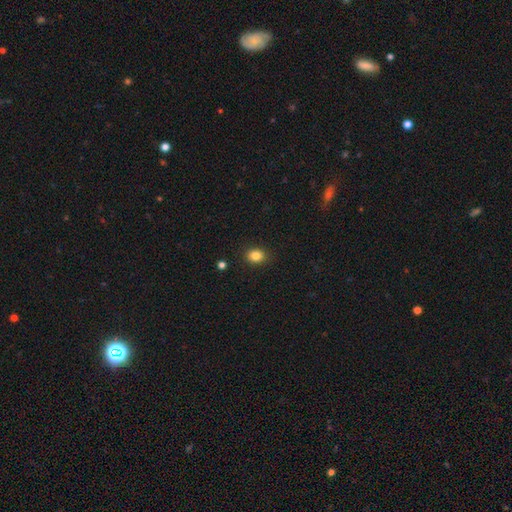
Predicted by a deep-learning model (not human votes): smooth-or-featured: smooth: 84% | star or artifact: 11% | featured or disk: 5%
  how-rounded: in between: 50% | round: 49% | cigar-shaped: 1%
  merging: none: 89% | minor disturbance: 8% | major disturbance: 2% | merger: 1%